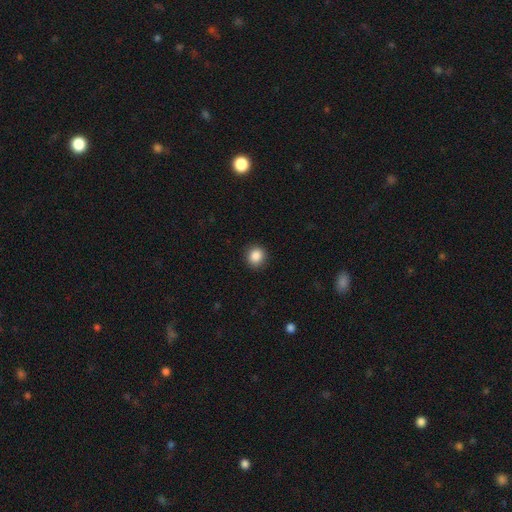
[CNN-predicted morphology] This appears to be a smooth galaxy with no disk features (87%) that is round (89%). Merging: none (91%).